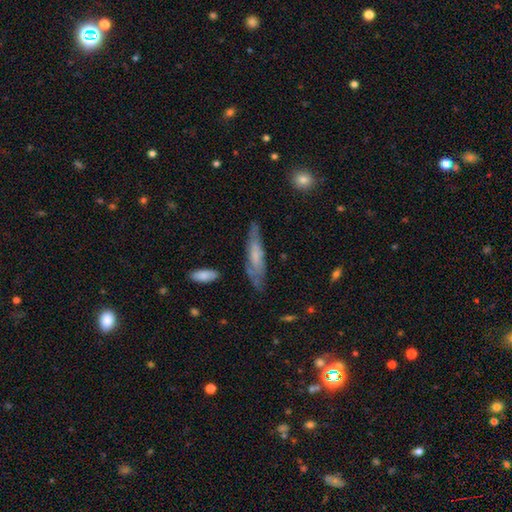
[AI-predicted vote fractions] Overall: featured or disk (47%; smooth 45%). Merging: none (64%; minor disturbance 24%).